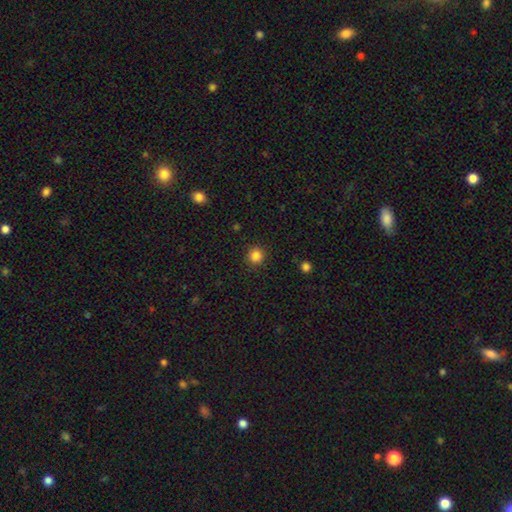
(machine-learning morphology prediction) Q: Smooth or featured?
A: smooth (85%); runner-up: star or artifact (12%)
Q: How rounded?
A: round (94%); runner-up: in between (5%)
Q: Merging?
A: none (91%); runner-up: minor disturbance (6%)